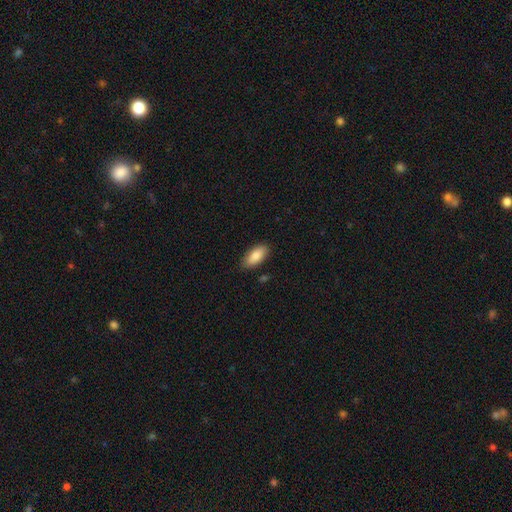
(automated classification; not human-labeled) smooth-or-featured: smooth: 86% | featured or disk: 8% | star or artifact: 6%
  how-rounded: in between: 89% | cigar-shaped: 8% | round: 2%
  merging: none: 84% | minor disturbance: 12% | major disturbance: 2% | merger: 1%